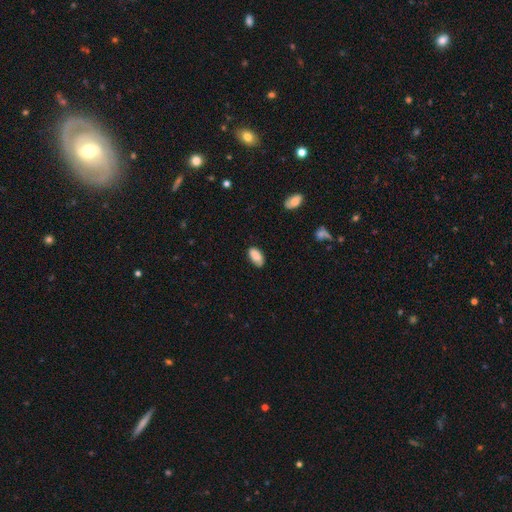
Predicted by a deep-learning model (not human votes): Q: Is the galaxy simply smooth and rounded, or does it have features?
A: smooth — 84%.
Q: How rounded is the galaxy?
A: in between — 94%.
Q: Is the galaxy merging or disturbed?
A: none — 74%.